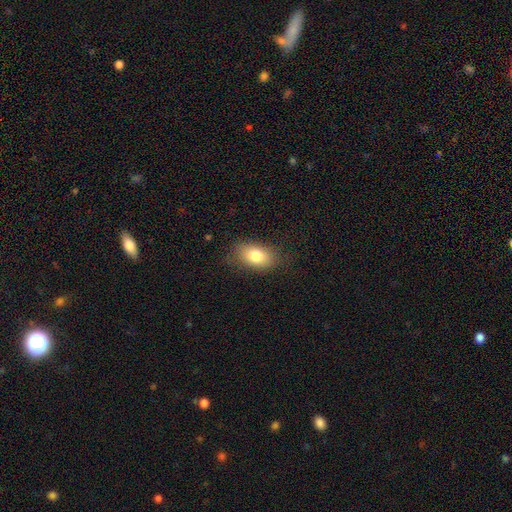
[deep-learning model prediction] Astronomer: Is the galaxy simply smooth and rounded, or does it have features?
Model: smooth — 80%.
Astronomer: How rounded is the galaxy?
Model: in between — 88%.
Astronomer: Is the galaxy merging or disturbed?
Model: none — 80%.